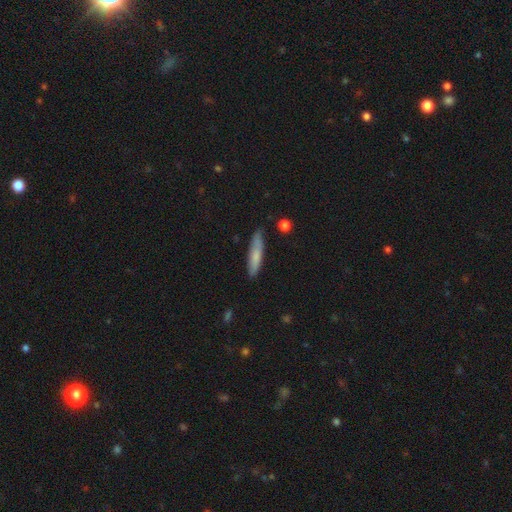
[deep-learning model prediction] smooth_or_featured: smooth (p=0.73) [alt: featured or disk p=0.21]
how_rounded: cigar-shaped (p=0.85) [alt: in between p=0.14]
merging: none (p=0.81) [alt: minor disturbance p=0.15]